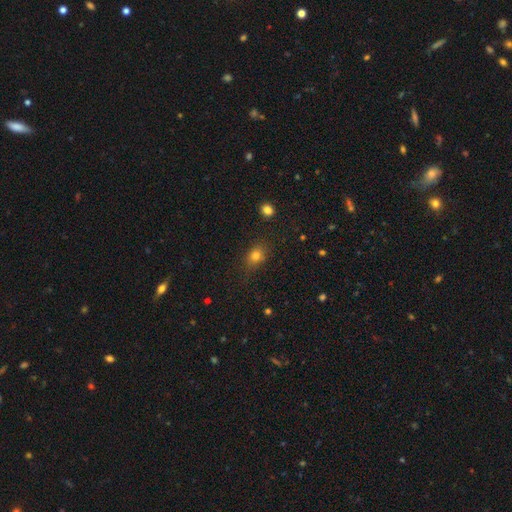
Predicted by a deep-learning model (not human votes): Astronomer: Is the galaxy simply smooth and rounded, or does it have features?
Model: smooth — 78%.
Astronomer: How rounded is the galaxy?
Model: in between — 54% (runner-up: round, 44%).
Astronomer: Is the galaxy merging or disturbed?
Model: none — 78%.